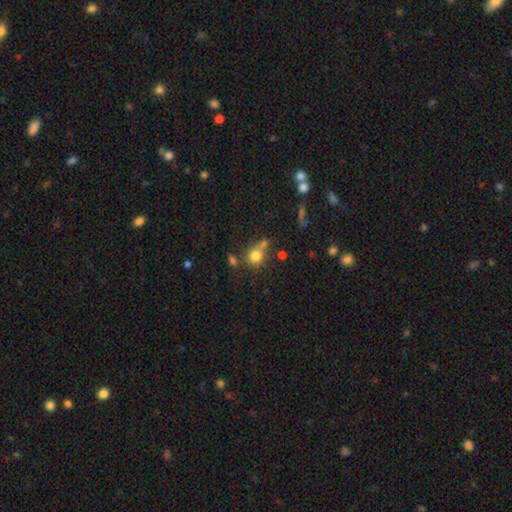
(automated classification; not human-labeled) The model was most divided on "merging": none: 52%, merger: 29%, minor disturbance: 13%, major disturbance: 6%. More confident: how rounded — round (82%); smooth or featured — smooth (77%).